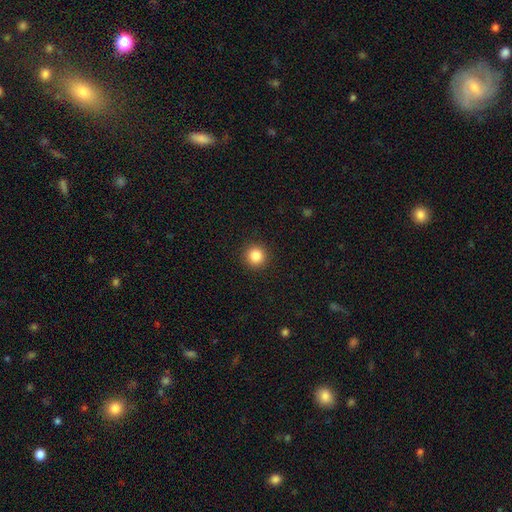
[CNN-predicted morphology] Smooth or featured?
  - smooth: 85% *
  - star or artifact: 11%
  - featured or disk: 4%
How rounded?
  - round: 95% *
  - in between: 4%
  - cigar-shaped: 1%
Merging?
  - none: 93% *
  - minor disturbance: 5%
  - major disturbance: 2%
  - merger: 1%